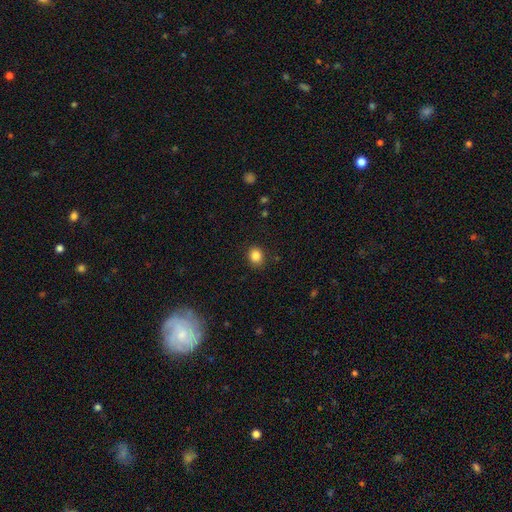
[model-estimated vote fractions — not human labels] This appears to be a smooth galaxy with no disk features (86%) that is round (65%). Merging: none (87%).